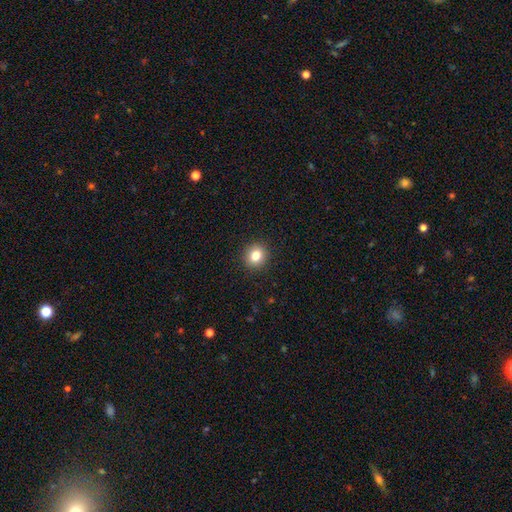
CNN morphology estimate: Smooth or featured? smooth (82%)
How rounded? round (84%)
Merging? none (92%)